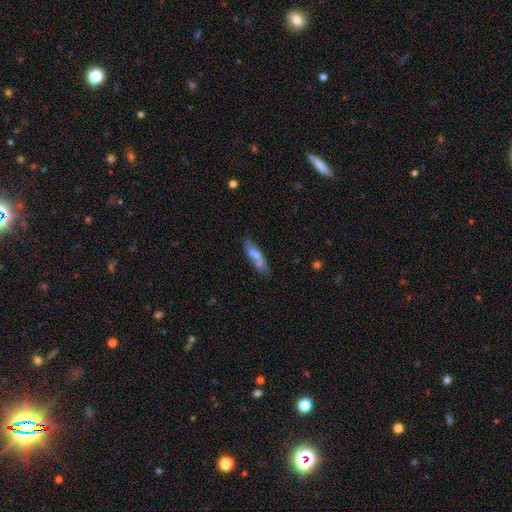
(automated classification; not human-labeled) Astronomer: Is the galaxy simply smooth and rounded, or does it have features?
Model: smooth — 62%.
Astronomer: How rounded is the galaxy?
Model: cigar-shaped — 53% (runner-up: in between, 44%).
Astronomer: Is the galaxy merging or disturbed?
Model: none — 46% (runner-up: merger, 29%).